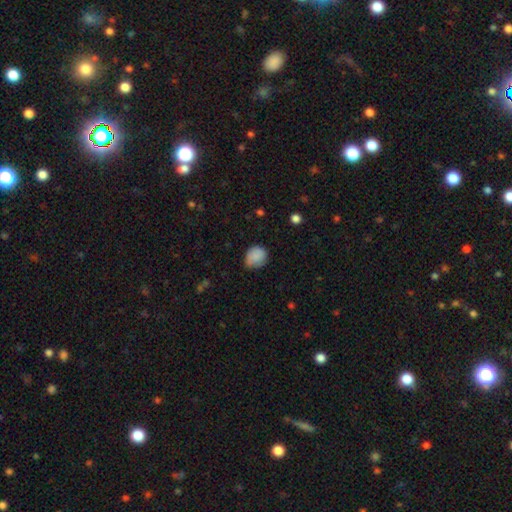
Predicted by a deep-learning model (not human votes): Smooth or featured?
  - smooth: 84% *
  - featured or disk: 9%
  - star or artifact: 8%
How rounded?
  - round: 69% *
  - in between: 30%
  - cigar-shaped: 1%
Merging?
  - none: 58% *
  - minor disturbance: 33%
  - major disturbance: 7%
  - merger: 1%